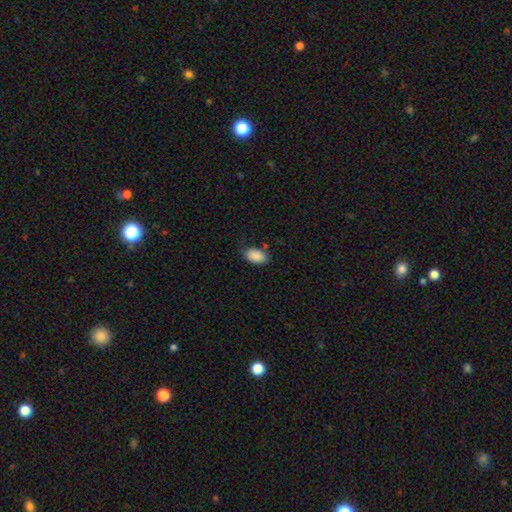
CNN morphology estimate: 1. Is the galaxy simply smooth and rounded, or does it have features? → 89% smooth, 7% star or artifact, 4% featured or disk.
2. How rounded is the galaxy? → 92% in between, 7% round, 1% cigar-shaped.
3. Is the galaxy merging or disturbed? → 72% none, 22% minor disturbance, 5% major disturbance, 2% merger.